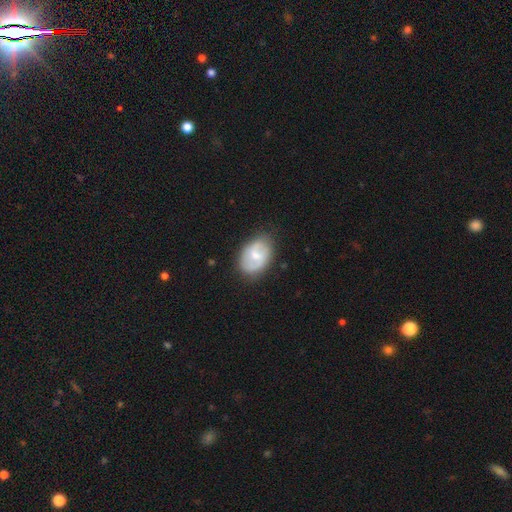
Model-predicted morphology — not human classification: Q: Smooth or featured?
A: featured or disk (55%); runner-up: smooth (39%)
Q: Edge-on disk?
A: no (96%); runner-up: yes (4%)
Q: Bar?
A: weak (53%); runner-up: no (35%)
Q: Spiral arms?
A: yes (74%); runner-up: no (26%)
Q: Bulge size?
A: moderate (48%); runner-up: small (38%)
Q: Merging?
A: none (74%); runner-up: minor disturbance (19%)